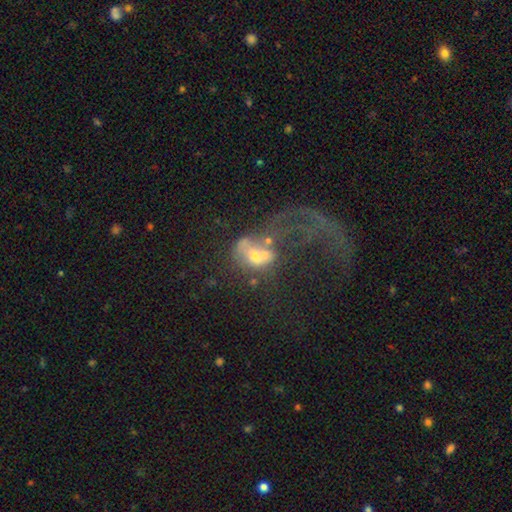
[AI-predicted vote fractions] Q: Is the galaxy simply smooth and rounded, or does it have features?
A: featured or disk — 46%.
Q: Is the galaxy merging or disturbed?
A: merger — 46%.